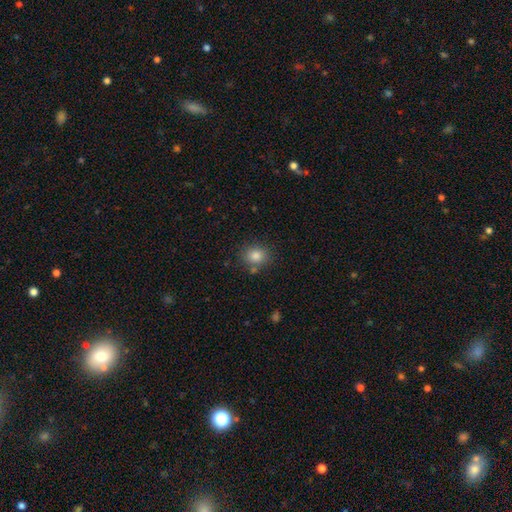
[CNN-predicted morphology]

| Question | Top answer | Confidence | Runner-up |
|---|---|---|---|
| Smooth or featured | smooth | 83% | star or artifact (11%) |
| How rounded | round | 71% | in between (28%) |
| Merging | none | 79% | minor disturbance (11%) |